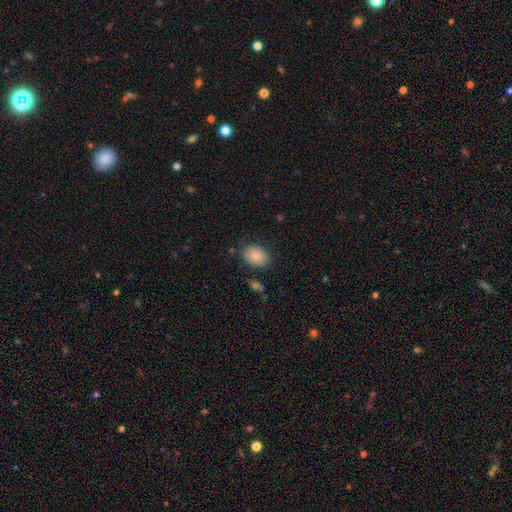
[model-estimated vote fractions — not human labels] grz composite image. It shows a smooth galaxy with no disk features (85%) that is in between round and cigar-shaped (69%). Merging: none (82%).